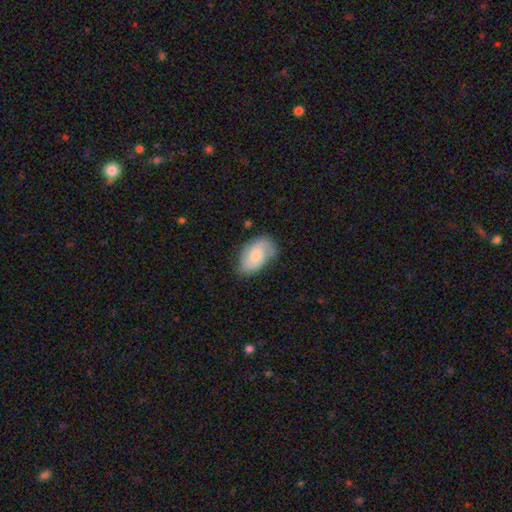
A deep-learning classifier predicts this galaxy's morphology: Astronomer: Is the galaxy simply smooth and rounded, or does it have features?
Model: smooth — 48% (runner-up: featured or disk, 46%).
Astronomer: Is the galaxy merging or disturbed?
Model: none — 61%.